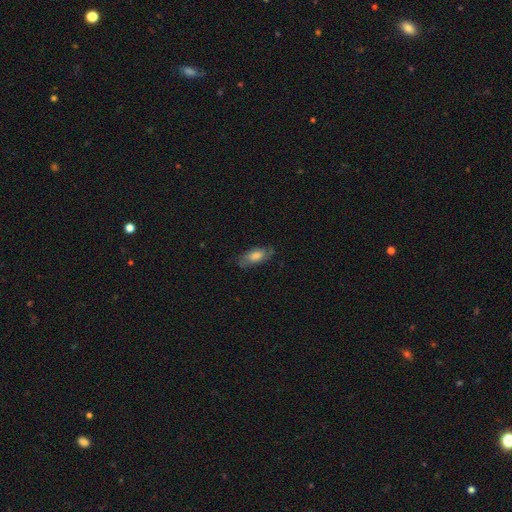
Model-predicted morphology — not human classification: smooth-or-featured: smooth: 51% | featured or disk: 40% | star or artifact: 9%
  how-rounded: in between: 77% | cigar-shaped: 20% | round: 4%
  merging: none: 75% | minor disturbance: 18% | major disturbance: 6% | merger: 1%